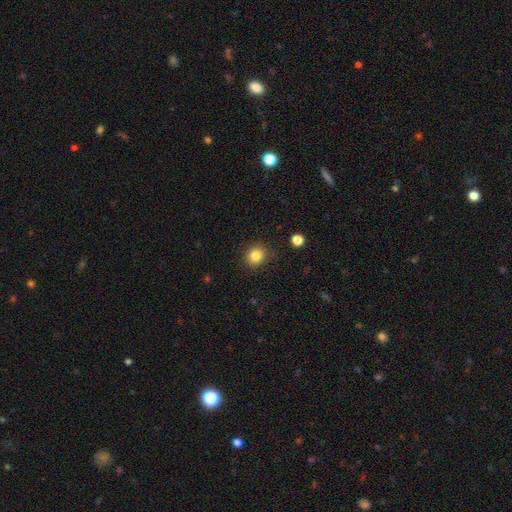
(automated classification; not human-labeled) Smooth or featured: smooth — 83% (star or artifact — 11%)
How rounded: round — 79% (in between — 20%)
Merging: none — 86% (minor disturbance — 10%)